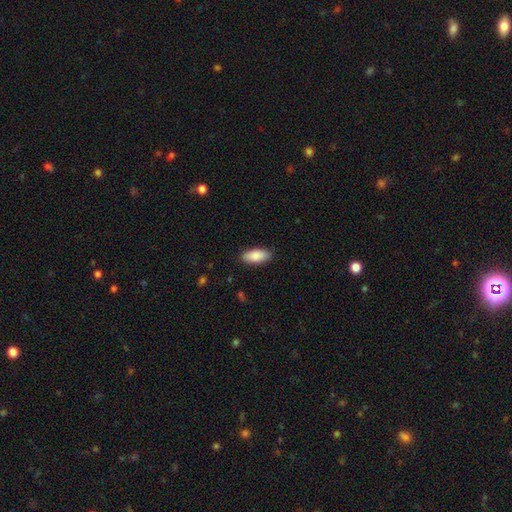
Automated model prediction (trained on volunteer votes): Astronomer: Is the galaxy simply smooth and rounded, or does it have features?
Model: smooth — 88%.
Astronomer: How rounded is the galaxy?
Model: in between — 89%.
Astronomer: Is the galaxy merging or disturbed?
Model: none — 87%.